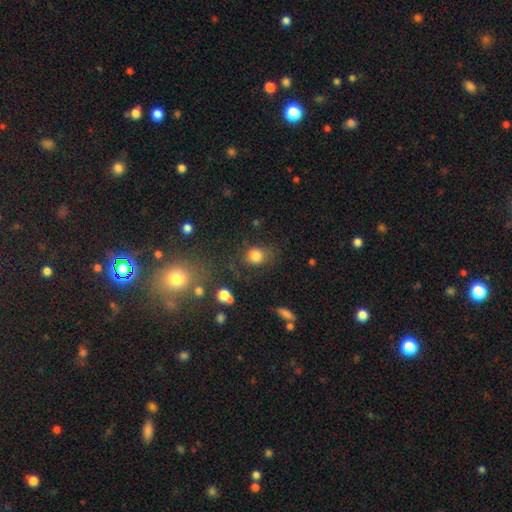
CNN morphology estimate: Overall: smooth (81%). How rounded: round (69%; in between 30%). Merging: none (66%).